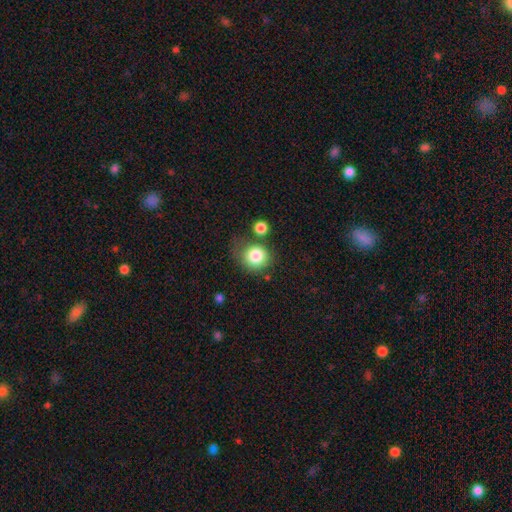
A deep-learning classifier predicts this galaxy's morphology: This is clearly a smooth galaxy (83%). How rounded: clearly round (84%). Merging: likely none (62%).